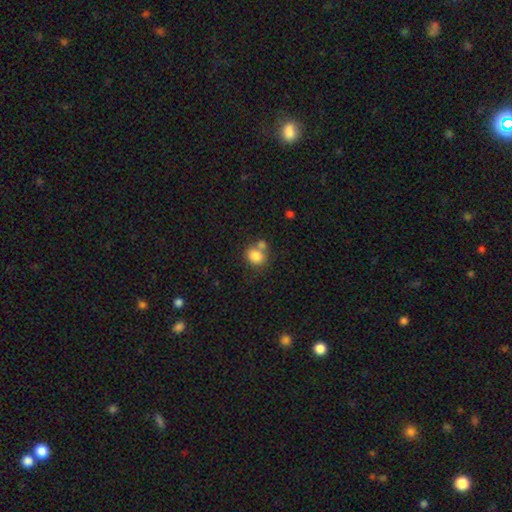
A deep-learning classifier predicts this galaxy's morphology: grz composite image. It shows a smooth galaxy with no disk features (82%) that is round (63%). Merging: none (50%).